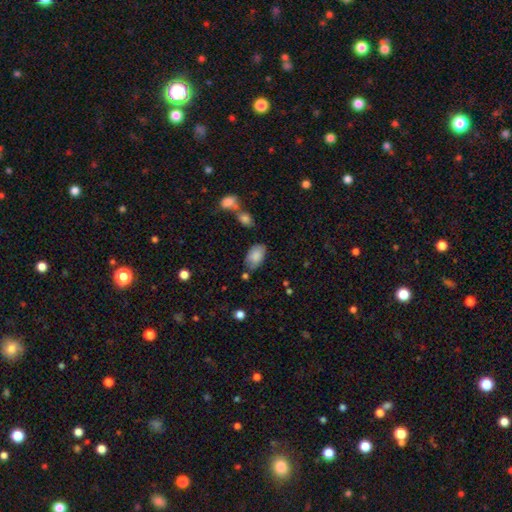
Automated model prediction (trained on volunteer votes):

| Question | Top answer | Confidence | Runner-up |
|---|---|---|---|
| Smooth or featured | smooth | 85% | featured or disk (8%) |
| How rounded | in between | 93% | round (6%) |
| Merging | none | 68% | minor disturbance (20%) |